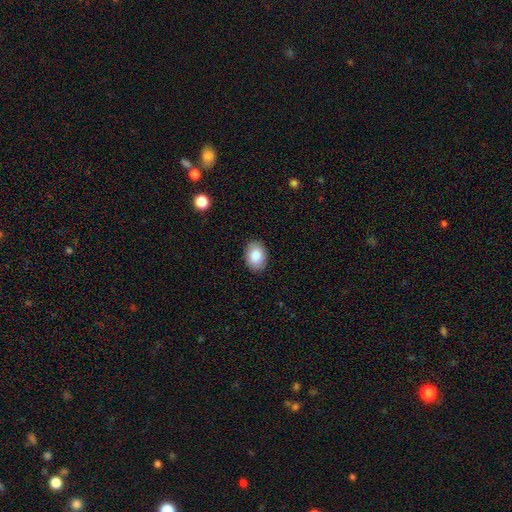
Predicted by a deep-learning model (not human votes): This is clearly a smooth galaxy (87%). How rounded: likely in between (79%). Merging: clearly none (89%).